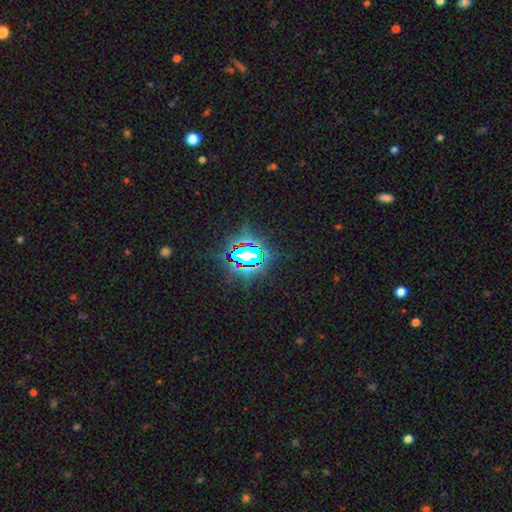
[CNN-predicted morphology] type=star or artifact (81%).